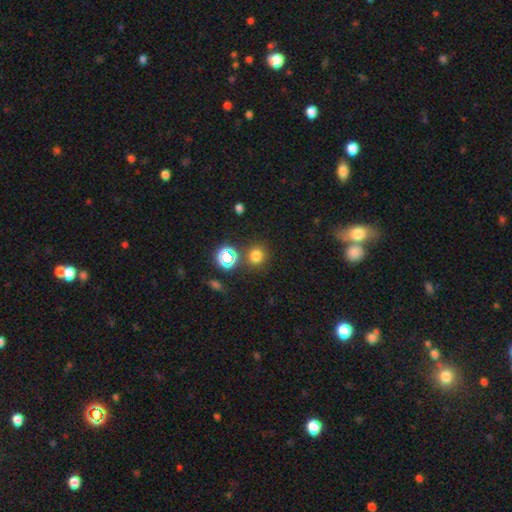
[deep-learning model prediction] smooth_or_featured: smooth (p=0.70) [alt: star or artifact p=0.24]
how_rounded: round (p=0.81) [alt: in between p=0.18]
merging: none (p=0.79) [alt: minor disturbance p=0.09]